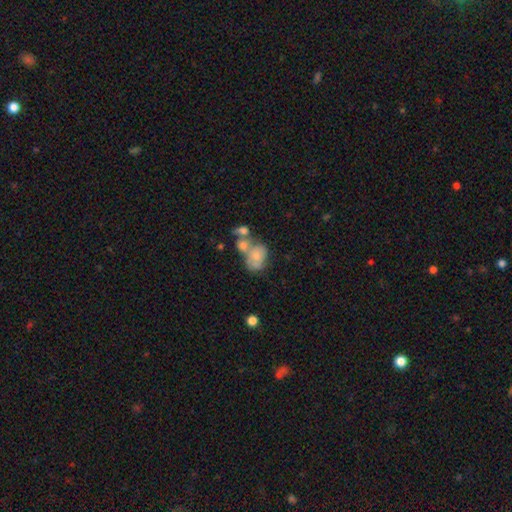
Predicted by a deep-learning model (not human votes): smooth-or-featured: smooth: 60% | featured or disk: 31% | star or artifact: 9%
  how-rounded: in between: 67% | round: 32% | cigar-shaped: 1%
  merging: merger: 54% | none: 21% | minor disturbance: 14% | major disturbance: 10%